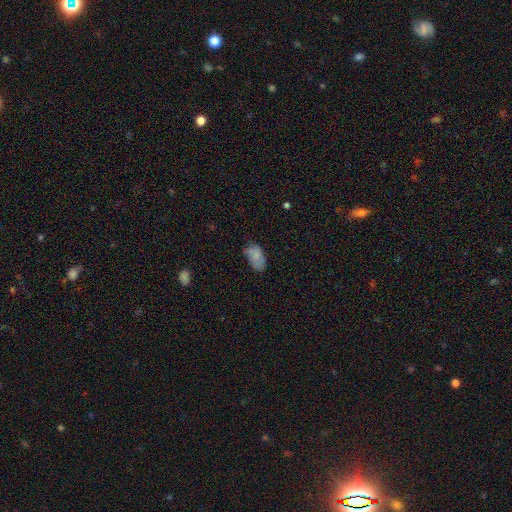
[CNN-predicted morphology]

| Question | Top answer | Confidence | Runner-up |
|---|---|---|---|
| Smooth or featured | smooth | 79% | featured or disk (12%) |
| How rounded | in between | 93% | round (5%) |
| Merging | none | 55% | minor disturbance (33%) |